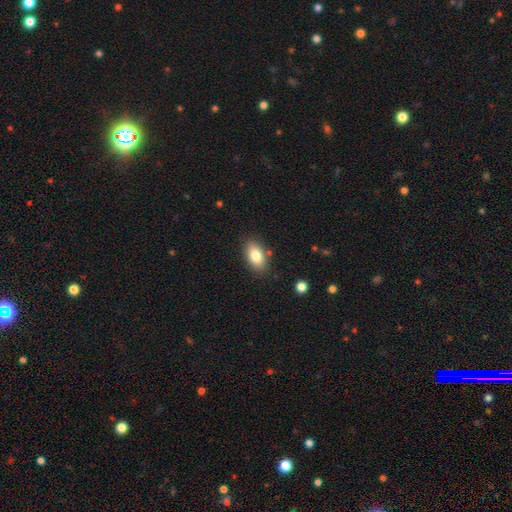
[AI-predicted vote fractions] Smooth or featured: smooth — 82% (featured or disk — 10%)
How rounded: in between — 91% (round — 6%)
Merging: none — 84% (minor disturbance — 11%)